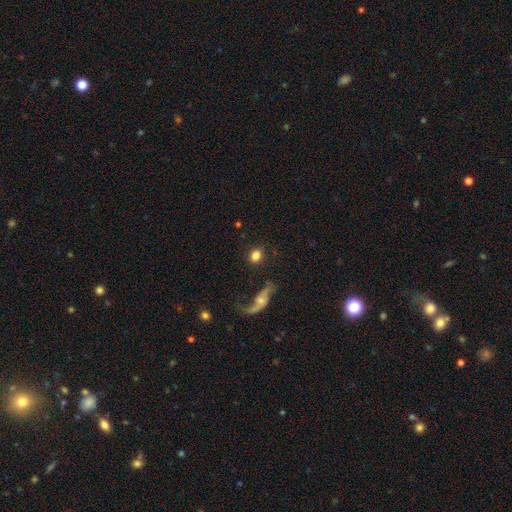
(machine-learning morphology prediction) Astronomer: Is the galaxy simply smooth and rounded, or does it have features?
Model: smooth — 79%.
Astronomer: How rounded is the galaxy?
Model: round — 69%.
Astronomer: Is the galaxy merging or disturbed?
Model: none — 82%.